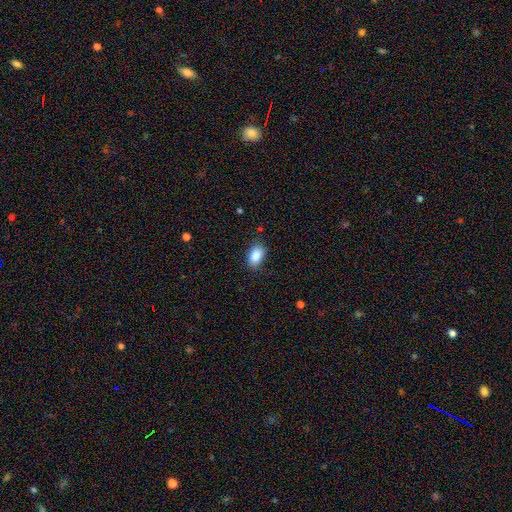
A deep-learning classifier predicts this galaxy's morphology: Smooth or featured? smooth (88%)
How rounded? in between (88%)
Merging? none (82%)